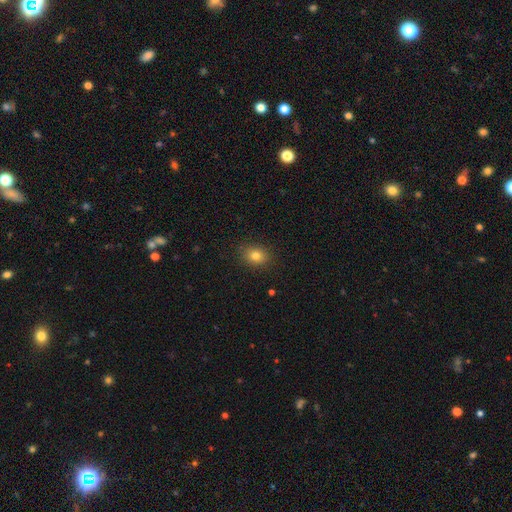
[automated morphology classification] Smooth or featured? smooth (81%)
How rounded? in between (53%)
Merging? none (88%)